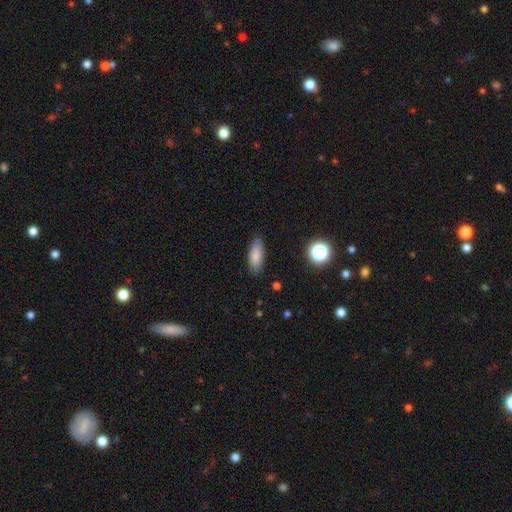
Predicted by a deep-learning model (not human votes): A smooth galaxy with no disk features (83%) that is in between round and cigar-shaped (73%).

Vote fractions:
- Smooth or featured? smooth: 83% / featured or disk: 9% / star or artifact: 8%
- How rounded? in between: 73% / cigar-shaped: 24% / round: 3%
- Merging? none: 86% / minor disturbance: 11% / major disturbance: 2% / merger: 1%